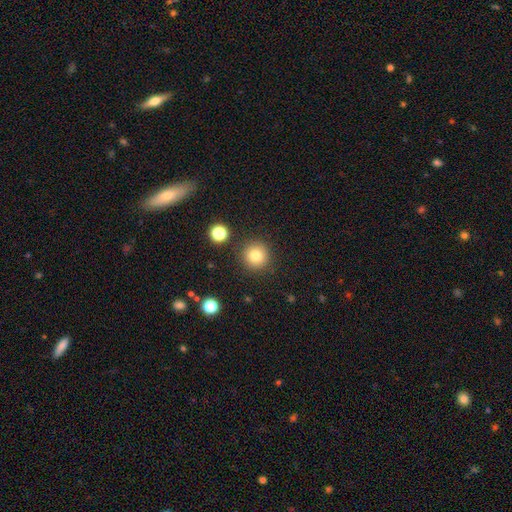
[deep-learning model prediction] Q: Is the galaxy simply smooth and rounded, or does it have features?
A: smooth — 80%.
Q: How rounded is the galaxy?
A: round — 95%.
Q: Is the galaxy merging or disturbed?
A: none — 88%.